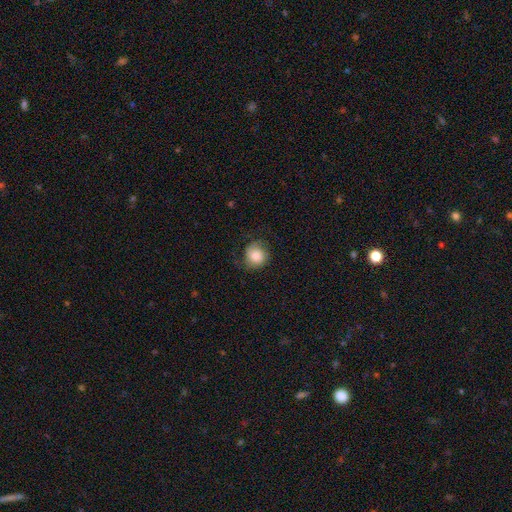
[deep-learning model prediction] Smooth or featured? smooth (80%)
How rounded? round (82%)
Merging? none (64%)